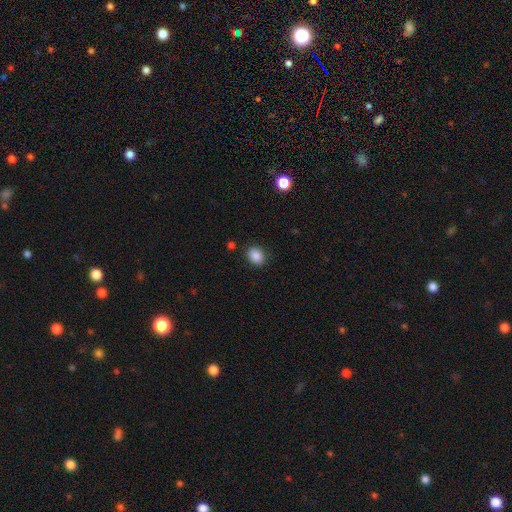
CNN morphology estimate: type=smooth (87%); roundness=in between (50%); merging=none (86%).